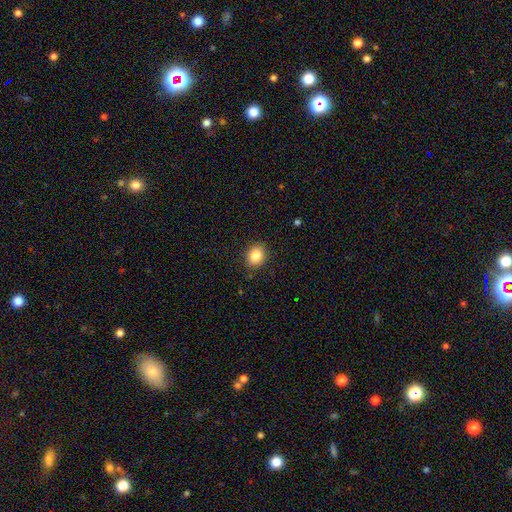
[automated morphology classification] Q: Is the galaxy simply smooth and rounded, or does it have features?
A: smooth — 84%.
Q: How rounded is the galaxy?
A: round — 55%.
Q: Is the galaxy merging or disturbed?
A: none — 89%.